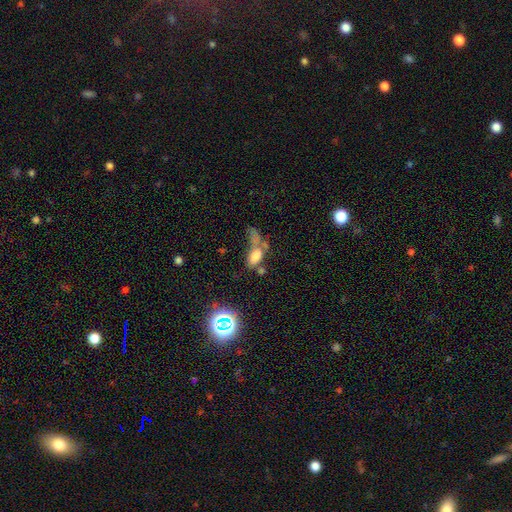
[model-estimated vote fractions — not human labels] Smooth or featured: smooth — 69% (star or artifact — 16%)
How rounded: in between — 85% (cigar-shaped — 8%)
Merging: merger — 45% (none — 24%)